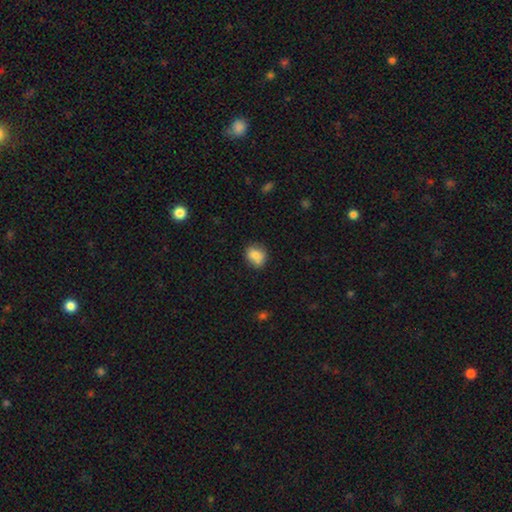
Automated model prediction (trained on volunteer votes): Q: Smooth or featured?
A: smooth (81%); runner-up: featured or disk (10%)
Q: How rounded?
A: round (58%); runner-up: in between (41%)
Q: Merging?
A: none (64%); runner-up: minor disturbance (20%)